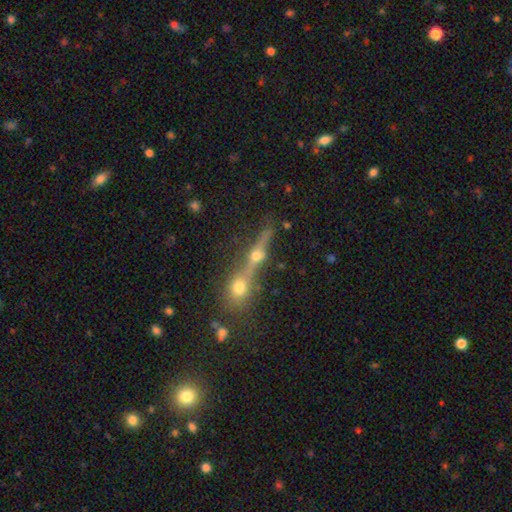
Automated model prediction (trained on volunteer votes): A featured or disk galaxy (55%) viewed edge-on (81%).

Vote fractions:
- Smooth or featured? featured or disk: 55% / smooth: 27% / star or artifact: 18%
- Edge-on disk? yes: 81% / no: 19%
- Merging? none: 50% / merger: 37% / minor disturbance: 8% / major disturbance: 5%